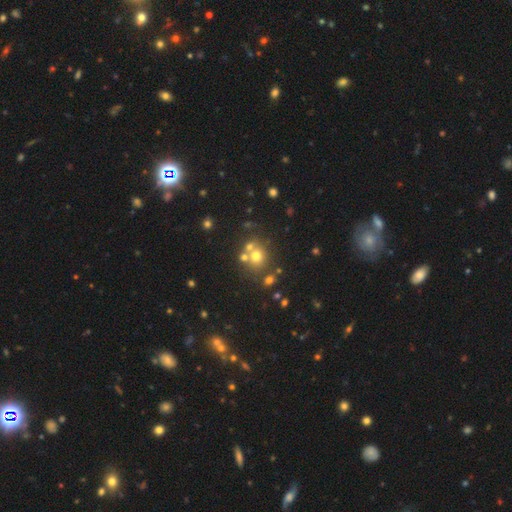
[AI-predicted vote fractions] Smooth or featured?
  - smooth: 63% *
  - star or artifact: 21%
  - featured or disk: 16%
How rounded?
  - round: 82% *
  - in between: 17%
  - cigar-shaped: 1%
Merging?
  - none: 57% *
  - merger: 29%
  - minor disturbance: 10%
  - major disturbance: 5%